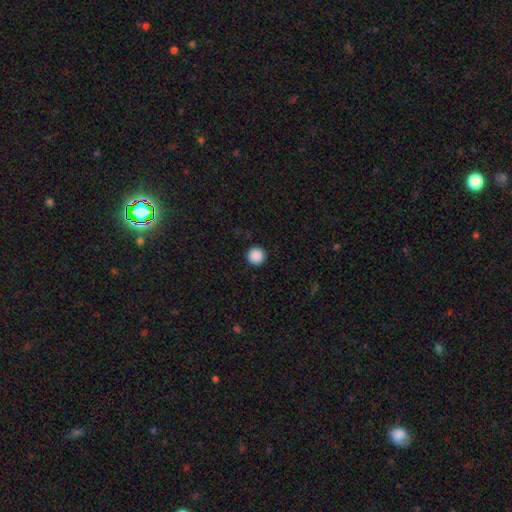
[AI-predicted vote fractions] Q: Smooth or featured?
A: smooth (89%); runner-up: star or artifact (9%)
Q: How rounded?
A: round (97%); runner-up: in between (2%)
Q: Merging?
A: none (93%); runner-up: minor disturbance (4%)